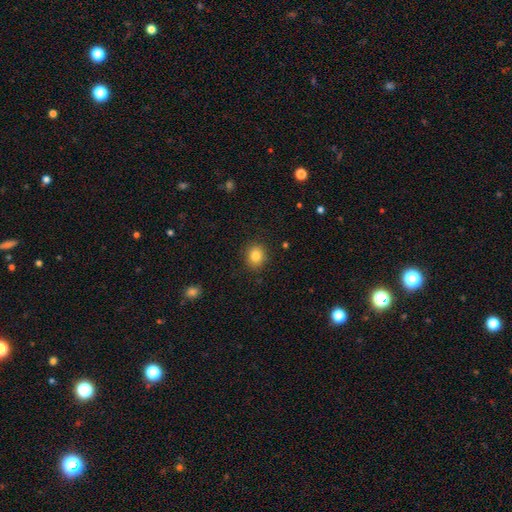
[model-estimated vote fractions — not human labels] Smooth or featured: smooth — 83% (star or artifact — 10%)
How rounded: round — 74% (in between — 25%)
Merging: none — 88% (minor disturbance — 9%)